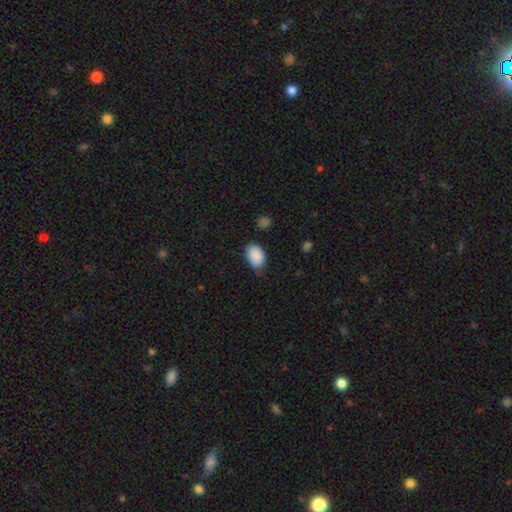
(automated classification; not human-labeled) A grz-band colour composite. It shows a smooth galaxy with no disk features (90%) that is in between round and cigar-shaped (88%). Merging: none (73%).